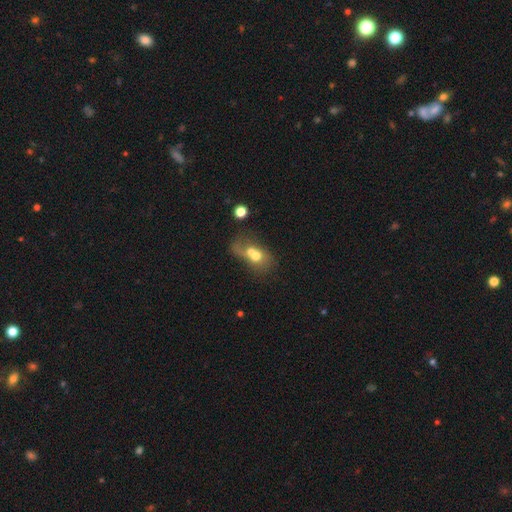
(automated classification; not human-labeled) Overall: smooth (56%; featured or disk 33%). How rounded: round (50%; in between 47%). Merging: merger (69%).